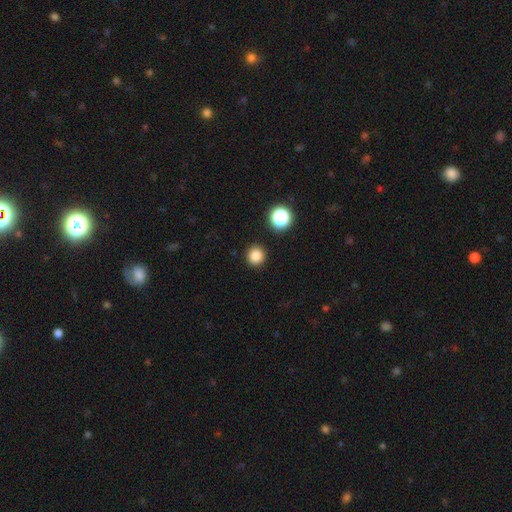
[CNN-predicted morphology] type=smooth (84%); roundness=round (93%); merging=none (91%).